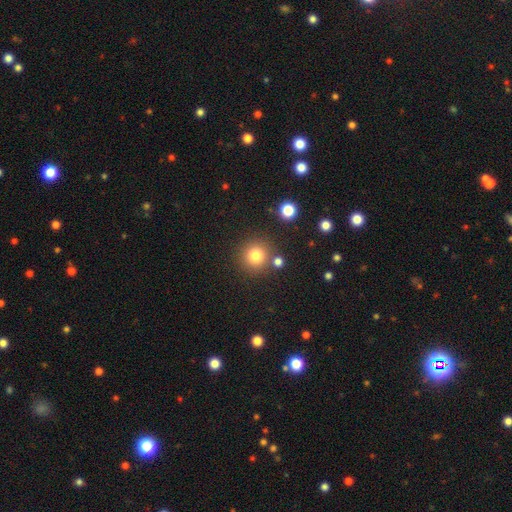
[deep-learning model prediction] smooth_or_featured: smooth (p=0.80) [alt: star or artifact p=0.13]
how_rounded: round (p=0.93) [alt: in between p=0.06]
merging: none (p=0.81) [alt: merger p=0.08]